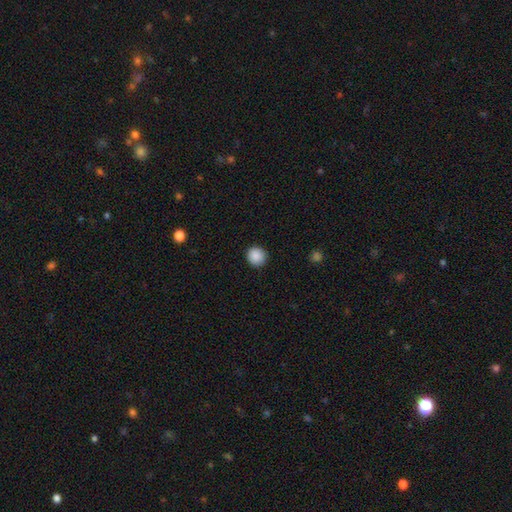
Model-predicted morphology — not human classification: The model was most divided on "smooth or featured": smooth: 89%, star or artifact: 8%, featured or disk: 3%. More confident: how rounded — round (93%); merging — none (92%).